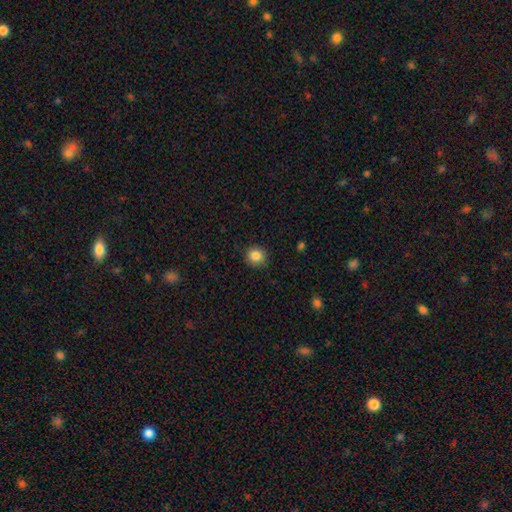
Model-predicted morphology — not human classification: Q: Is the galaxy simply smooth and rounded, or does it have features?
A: smooth — 86%.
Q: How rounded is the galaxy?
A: round — 90%.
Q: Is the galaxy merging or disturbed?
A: none — 91%.